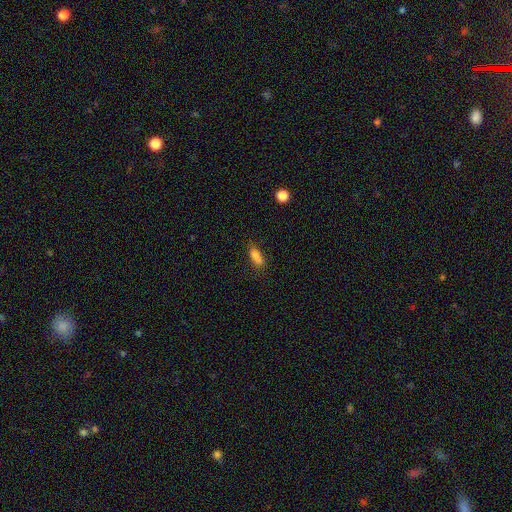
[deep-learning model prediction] A smooth galaxy with no disk features (72%) that is in between round and cigar-shaped (72%). Merging: none (44%).